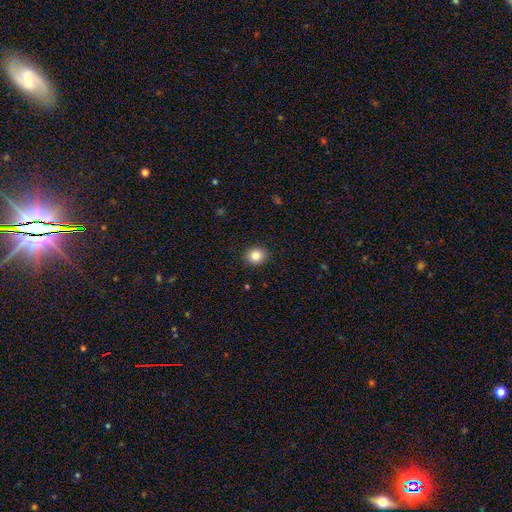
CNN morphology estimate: Smooth or featured: smooth — 84% (star or artifact — 10%)
How rounded: round — 69% (in between — 30%)
Merging: none — 91% (minor disturbance — 6%)